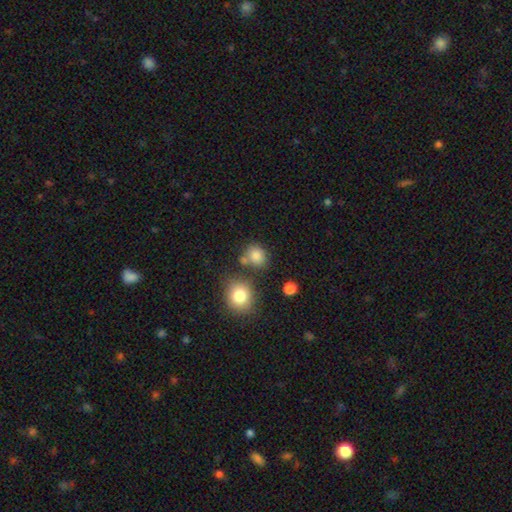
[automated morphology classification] Q: Smooth or featured?
A: smooth (82%); runner-up: star or artifact (11%)
Q: How rounded?
A: round (71%); runner-up: in between (28%)
Q: Merging?
A: none (64%); runner-up: merger (17%)